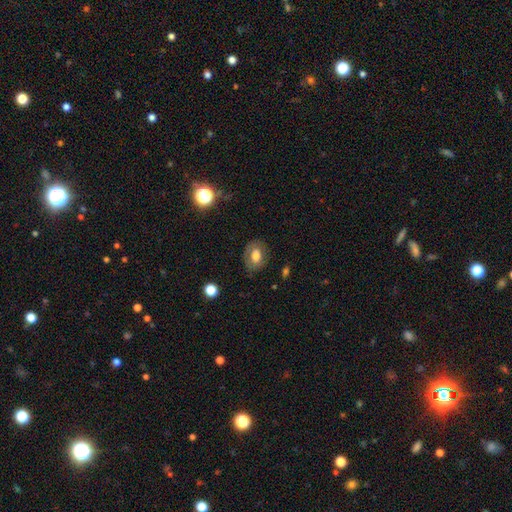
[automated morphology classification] Q: Smooth or featured?
A: smooth (64%); runner-up: featured or disk (26%)
Q: How rounded?
A: in between (75%); runner-up: round (23%)
Q: Merging?
A: none (74%); runner-up: minor disturbance (17%)